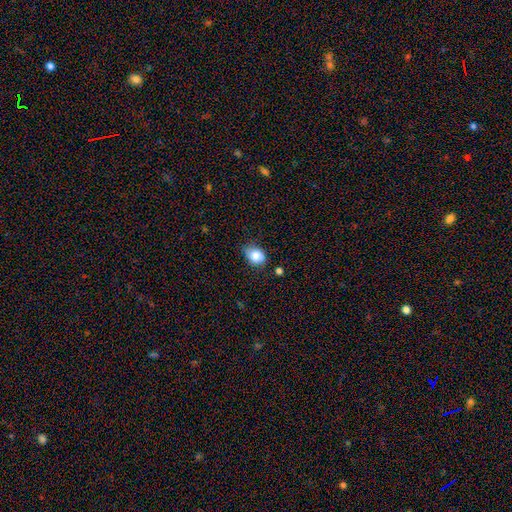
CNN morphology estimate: smooth_or_featured: smooth (p=0.83) [alt: star or artifact p=0.09]
how_rounded: in between (p=0.59) [alt: round p=0.40]
merging: none (p=0.64) [alt: minor disturbance p=0.28]